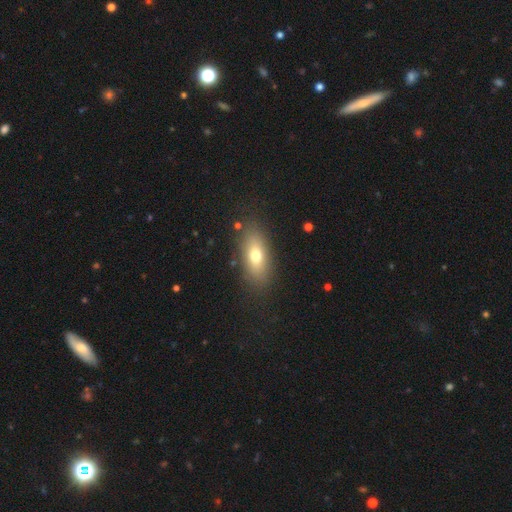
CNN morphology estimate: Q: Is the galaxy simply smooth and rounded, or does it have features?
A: smooth — 70%.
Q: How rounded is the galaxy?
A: in between — 81%.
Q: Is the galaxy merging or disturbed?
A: none — 83%.